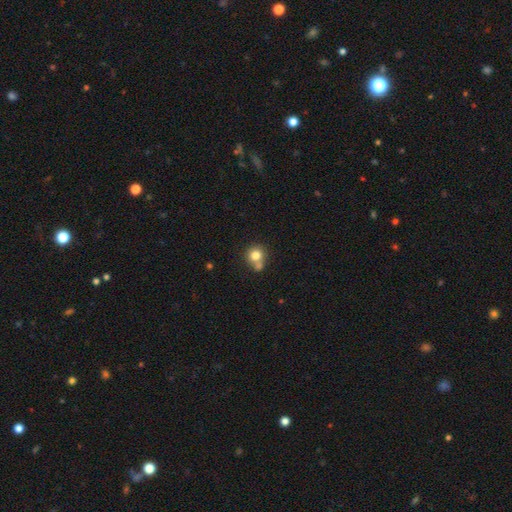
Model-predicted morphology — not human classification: A smooth galaxy with no disk features (78%) that is round (86%).

Vote fractions:
- Smooth or featured? smooth: 78% / featured or disk: 11% / star or artifact: 11%
- How rounded? round: 86% / in between: 13% / cigar-shaped: 1%
- Merging? none: 52% / merger: 33% / minor disturbance: 11% / major disturbance: 4%